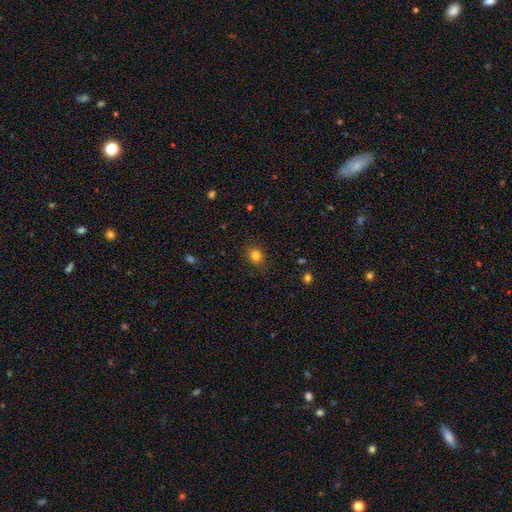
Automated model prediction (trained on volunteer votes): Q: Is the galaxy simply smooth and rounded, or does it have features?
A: smooth — 82%.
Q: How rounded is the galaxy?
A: round — 76%.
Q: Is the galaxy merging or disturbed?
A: none — 87%.